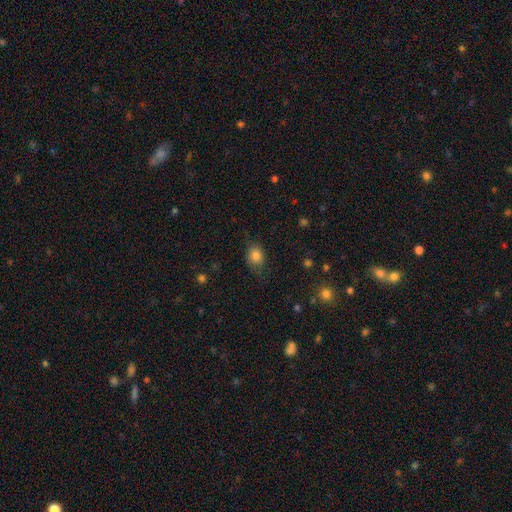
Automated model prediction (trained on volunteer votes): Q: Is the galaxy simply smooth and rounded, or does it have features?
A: smooth — 82%.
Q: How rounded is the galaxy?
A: in between — 52%.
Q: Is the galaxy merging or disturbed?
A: none — 75%.